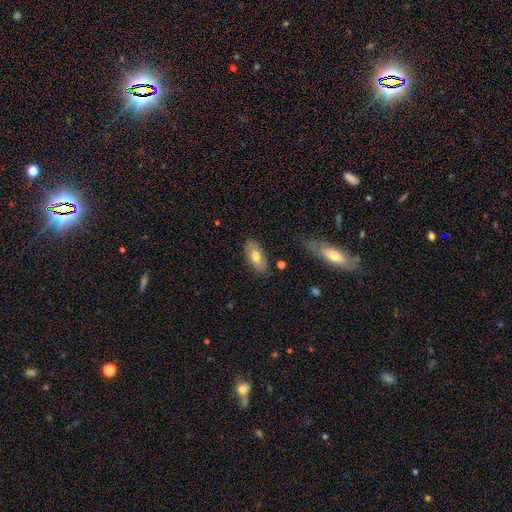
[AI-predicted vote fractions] A smooth galaxy with no disk features (67%) that is in between round and cigar-shaped (87%).

Vote fractions:
- Smooth or featured? smooth: 67% / featured or disk: 26% / star or artifact: 7%
- How rounded? in between: 87% / cigar-shaped: 11% / round: 3%
- Merging? none: 80% / minor disturbance: 14% / major disturbance: 3% / merger: 3%